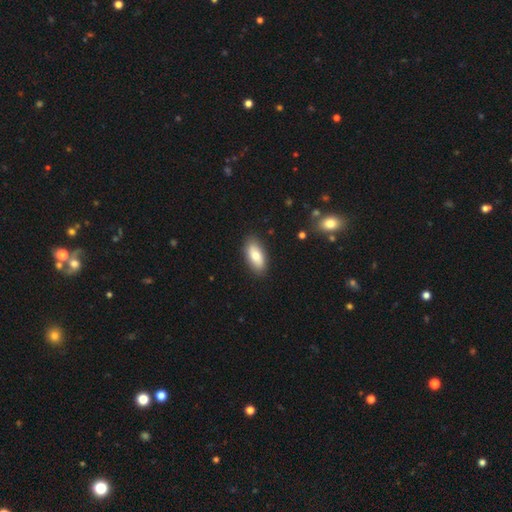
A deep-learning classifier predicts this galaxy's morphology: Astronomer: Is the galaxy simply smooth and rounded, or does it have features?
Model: smooth — 76%.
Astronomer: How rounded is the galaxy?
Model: in between — 90%.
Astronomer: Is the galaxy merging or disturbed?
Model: none — 87%.